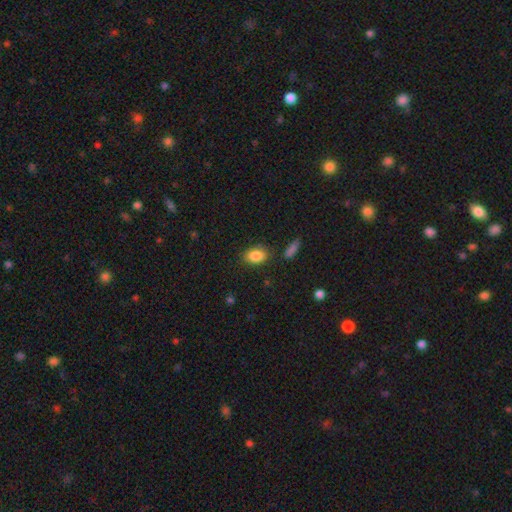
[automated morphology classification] Smooth or featured? smooth (86%)
How rounded? in between (79%)
Merging? none (80%)